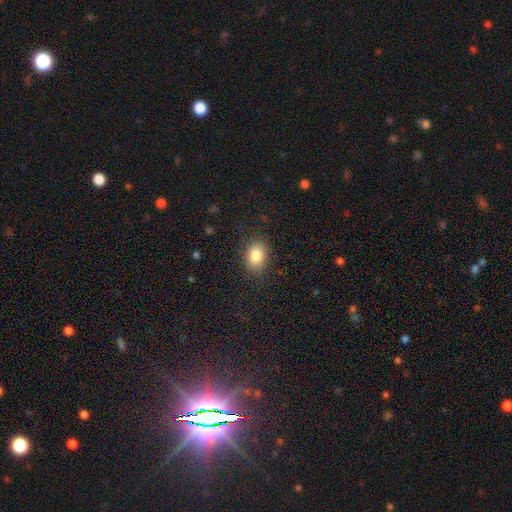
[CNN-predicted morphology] A smooth galaxy with no disk features (84%) that is in between round and cigar-shaped (74%). Merging: none (83%).